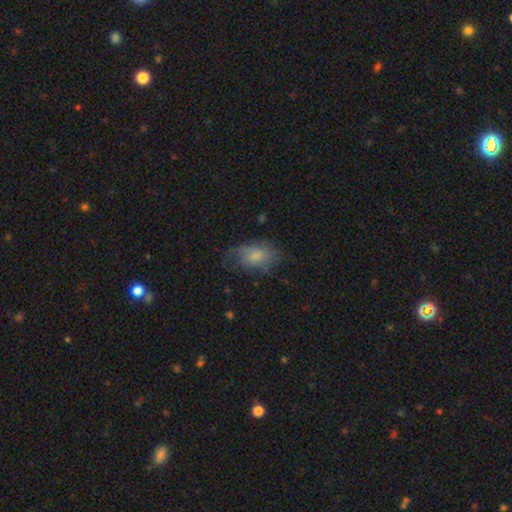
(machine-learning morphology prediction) The model was most divided on "merging": none: 44%, minor disturbance: 31%, major disturbance: 23%, merger: 2%. More confident: how rounded — in between (87%); smooth or featured — smooth (68%).